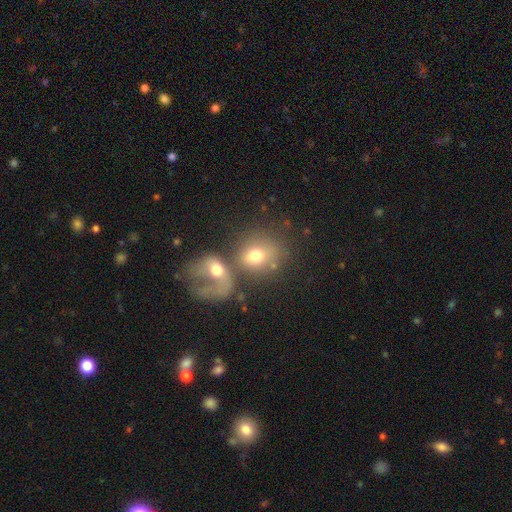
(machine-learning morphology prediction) smooth-or-featured: smooth: 64% | featured or disk: 25% | star or artifact: 10%
  how-rounded: round: 65% | in between: 34% | cigar-shaped: 1%
  merging: merger: 59% | none: 21% | major disturbance: 12% | minor disturbance: 8%